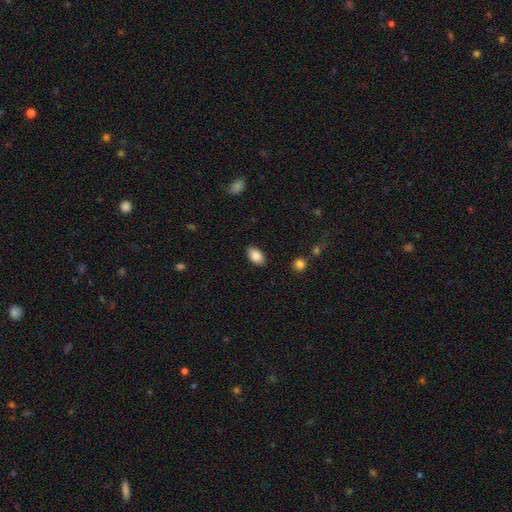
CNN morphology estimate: Q: Smooth or featured?
A: smooth (87%); runner-up: star or artifact (7%)
Q: How rounded?
A: in between (92%); runner-up: round (7%)
Q: Merging?
A: none (87%); runner-up: minor disturbance (9%)